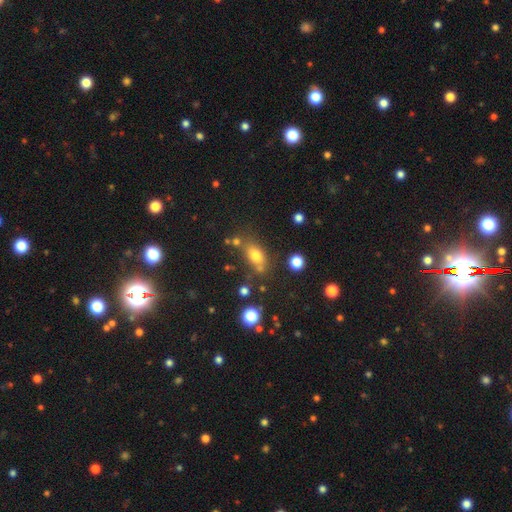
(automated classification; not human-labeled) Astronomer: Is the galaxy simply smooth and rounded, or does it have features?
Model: smooth — 74%.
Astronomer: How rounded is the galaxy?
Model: in between — 75%.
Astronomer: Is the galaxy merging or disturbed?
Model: none — 63%.